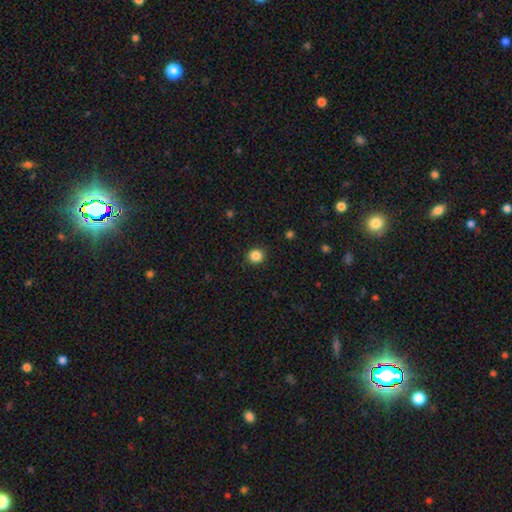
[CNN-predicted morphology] Smooth or featured: smooth — 86% (star or artifact — 11%)
How rounded: round — 93% (in between — 6%)
Merging: none — 92% (minor disturbance — 5%)